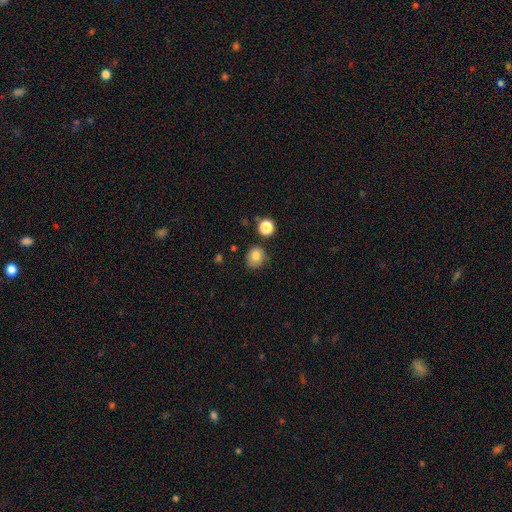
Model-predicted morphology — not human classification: A smooth galaxy with no disk features (80%) that is round (76%).

Vote fractions:
- Smooth or featured? smooth: 80% / star or artifact: 11% / featured or disk: 9%
- How rounded? round: 76% / in between: 23% / cigar-shaped: 1%
- Merging? none: 73% / minor disturbance: 18% / major disturbance: 4% / merger: 4%